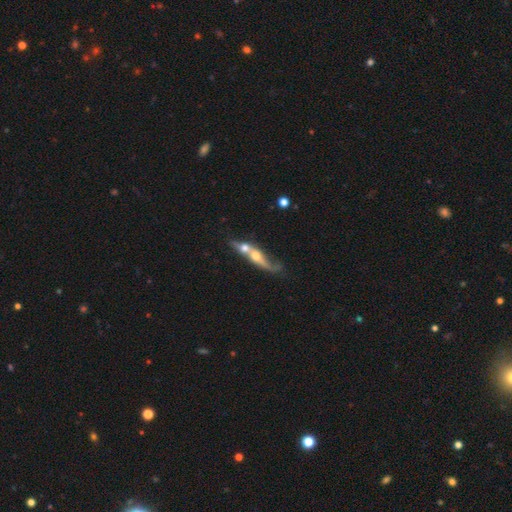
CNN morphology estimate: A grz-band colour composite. It shows a featured or disk galaxy (57%) viewed edge-on (50%, tied with no). Merging: merger (63%).